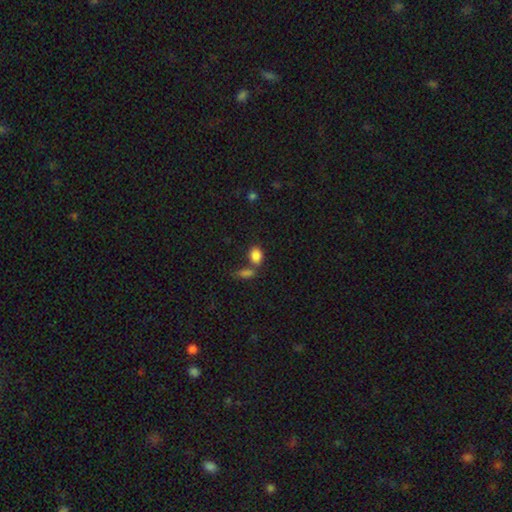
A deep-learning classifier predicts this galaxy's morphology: The model was most divided on "merging": none: 51%, merger: 32%, minor disturbance: 12%, major disturbance: 5%. More confident: smooth or featured — smooth (85%); how rounded — in between (72%).